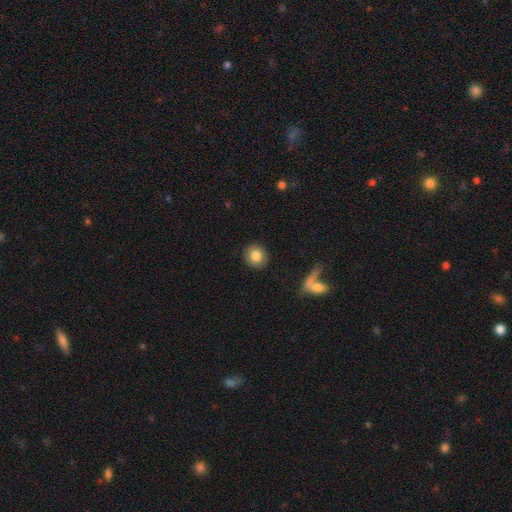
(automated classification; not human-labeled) Q: Smooth or featured?
A: smooth (81%); runner-up: featured or disk (11%)
Q: How rounded?
A: round (82%); runner-up: in between (17%)
Q: Merging?
A: none (89%); runner-up: minor disturbance (7%)